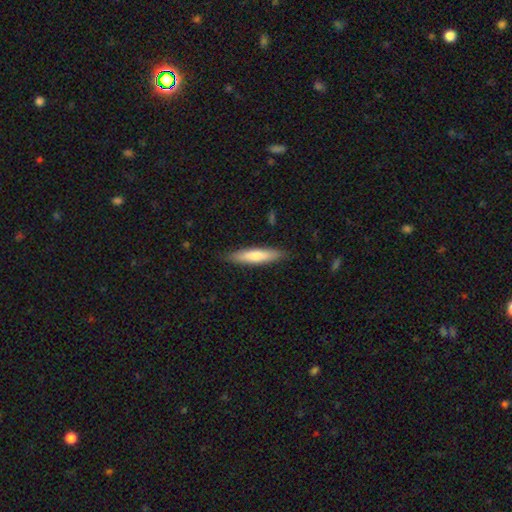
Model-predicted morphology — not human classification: Smooth or featured? smooth (67%)
How rounded? cigar-shaped (84%)
Merging? none (88%)